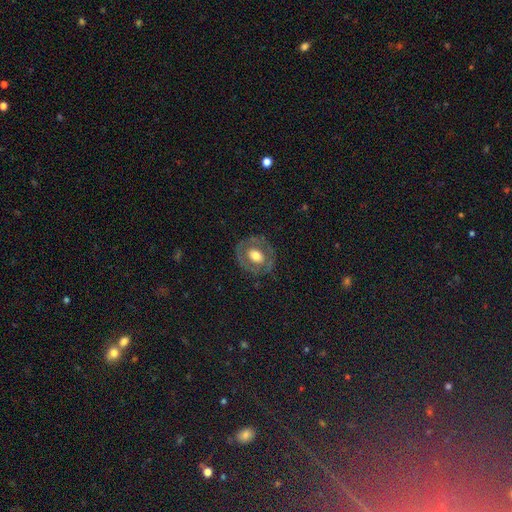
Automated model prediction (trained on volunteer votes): Morphology: type=featured or disk (53%); edge-on=no (94%); merging=none (75%).